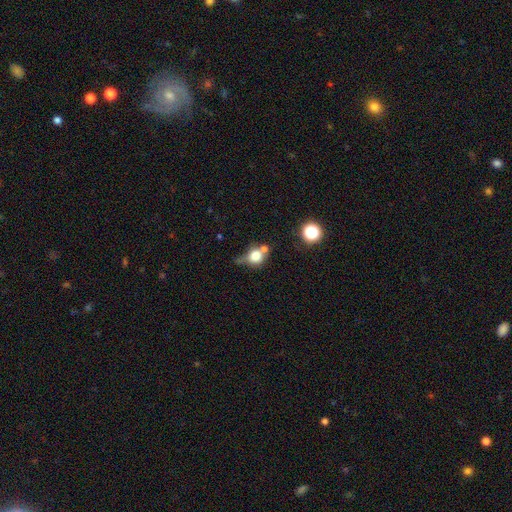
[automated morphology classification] smooth-or-featured: smooth: 70% | featured or disk: 18% | star or artifact: 12%
  how-rounded: round: 75% | in between: 23% | cigar-shaped: 2%
  merging: none: 41% | merger: 29% | minor disturbance: 19% | major disturbance: 10%